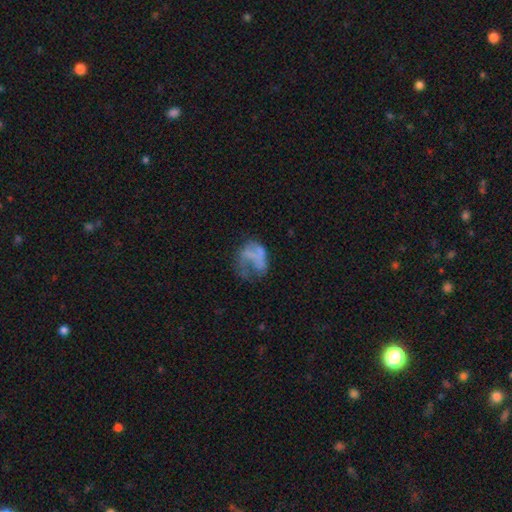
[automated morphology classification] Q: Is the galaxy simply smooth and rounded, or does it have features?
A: smooth — 44%.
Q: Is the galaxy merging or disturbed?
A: major disturbance — 47%.